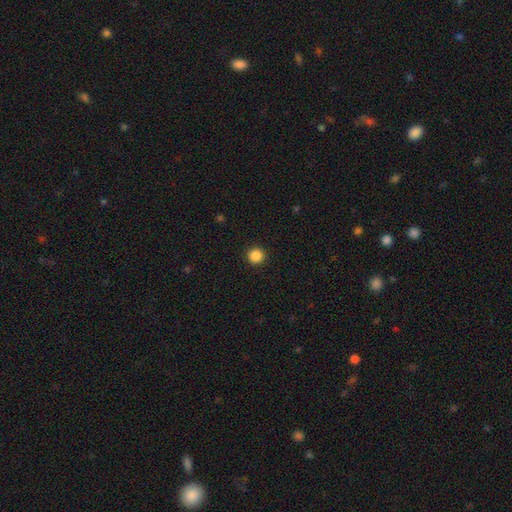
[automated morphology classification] smooth-or-featured: smooth: 87% | star or artifact: 11% | featured or disk: 3%
  how-rounded: round: 96% | in between: 3% | cigar-shaped: 1%
  merging: none: 93% | minor disturbance: 4% | major disturbance: 2% | merger: 1%